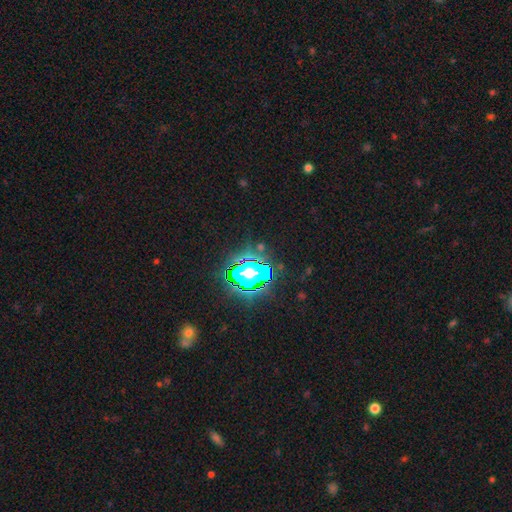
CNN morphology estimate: Smooth or featured? Predicted: star or artifact (p=0.79).